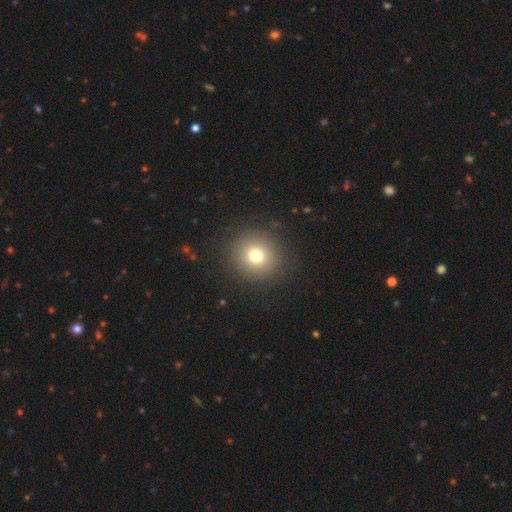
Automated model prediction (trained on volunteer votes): Smooth or featured: smooth — 75% (star or artifact — 14%)
How rounded: round — 93% (in between — 7%)
Merging: none — 89% (minor disturbance — 6%)